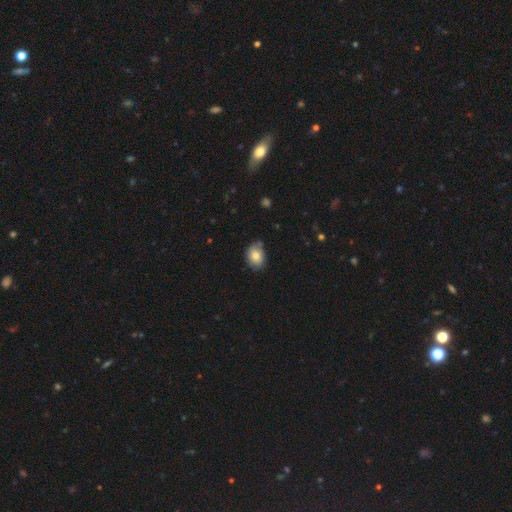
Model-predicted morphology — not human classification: Smooth or featured: smooth — 78% (featured or disk — 14%)
How rounded: in between — 68% (round — 30%)
Merging: none — 66% (minor disturbance — 26%)